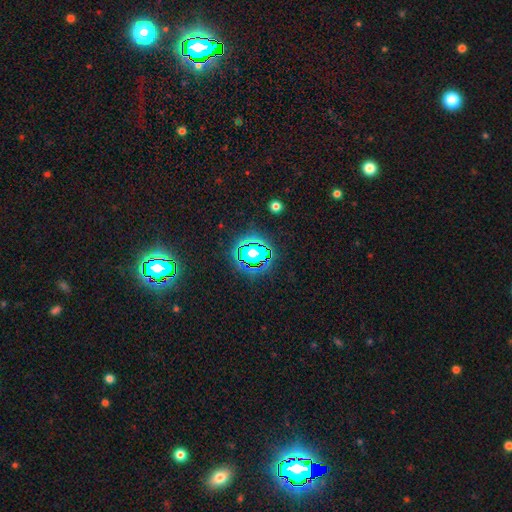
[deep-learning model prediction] smooth-or-featured: star or artifact: 61% | smooth: 26% | featured or disk: 13%